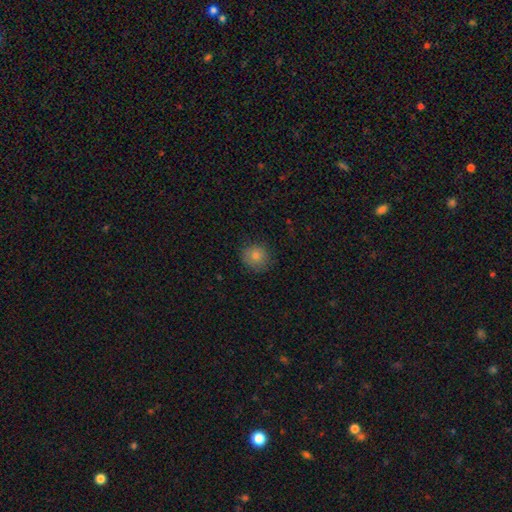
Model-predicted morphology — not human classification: Smooth or featured?
  - smooth: 83% *
  - star or artifact: 10%
  - featured or disk: 7%
How rounded?
  - round: 82% *
  - in between: 17%
  - cigar-shaped: 1%
Merging?
  - none: 80% *
  - minor disturbance: 15%
  - major disturbance: 4%
  - merger: 1%